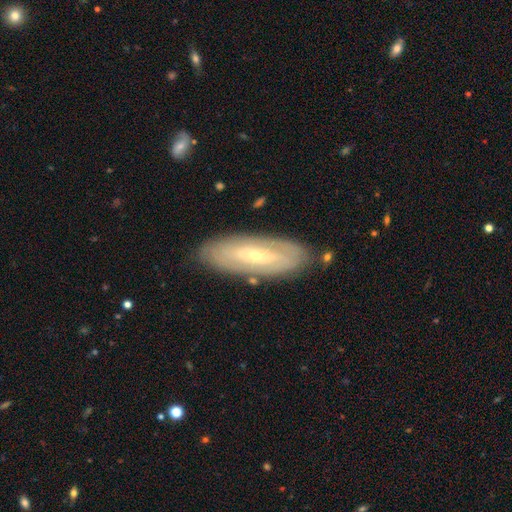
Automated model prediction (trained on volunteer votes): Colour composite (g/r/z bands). It shows a featured or disk galaxy (69%) with no bar (55%), spiral arms (58%) and a small central bulge (71%). Merging: none (85%).